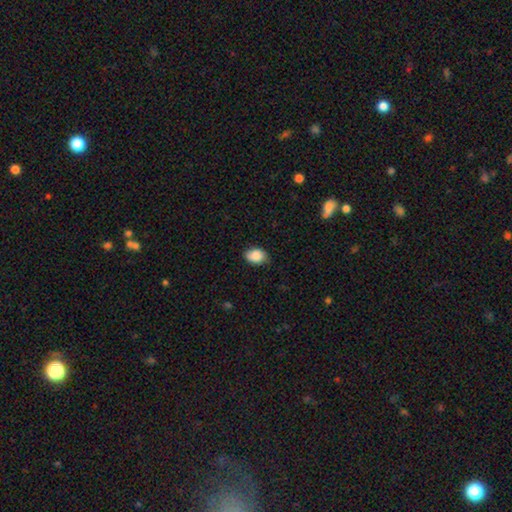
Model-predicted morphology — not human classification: type=smooth (87%); roundness=in between (77%); merging=none (77%).